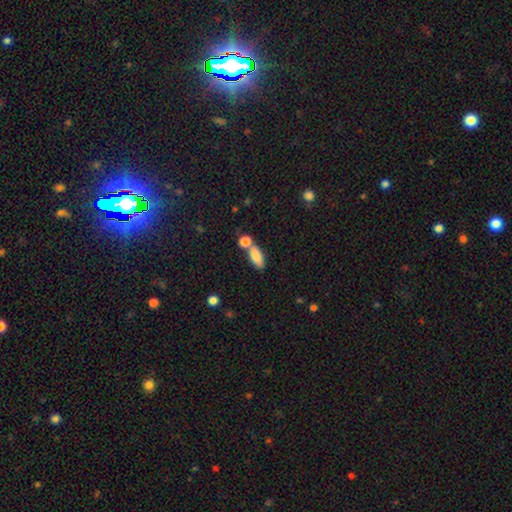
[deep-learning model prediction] This appears to be a smooth galaxy with no disk features (84%) that is in between round and cigar-shaped (79%). Merging: none (52%).